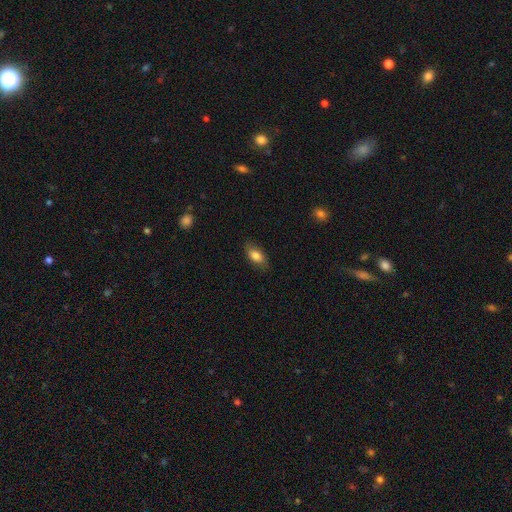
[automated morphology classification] Smooth or featured? Predicted: smooth (p=0.80). How rounded? Predicted: in between (p=0.89). Merging? Predicted: none (p=0.82).